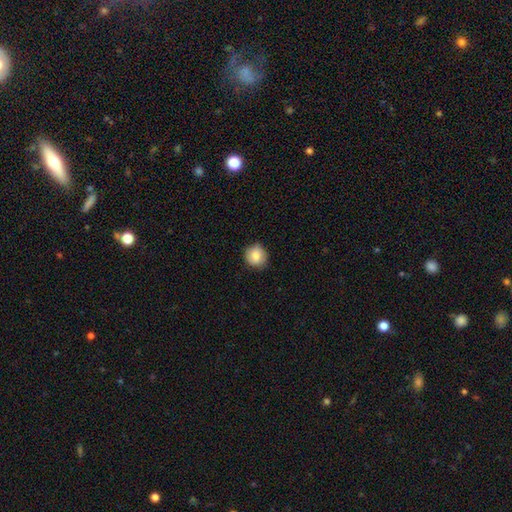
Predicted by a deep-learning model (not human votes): smooth_or_featured: smooth (p=0.81) [alt: featured or disk p=0.10]
how_rounded: round (p=0.91) [alt: in between p=0.08]
merging: none (p=0.87) [alt: minor disturbance p=0.10]